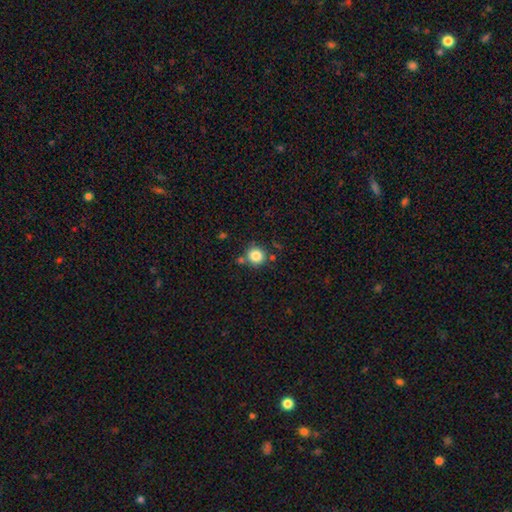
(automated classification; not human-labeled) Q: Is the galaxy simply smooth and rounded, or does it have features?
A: smooth — 84%.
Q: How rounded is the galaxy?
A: round — 92%.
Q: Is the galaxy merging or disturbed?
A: none — 76%.